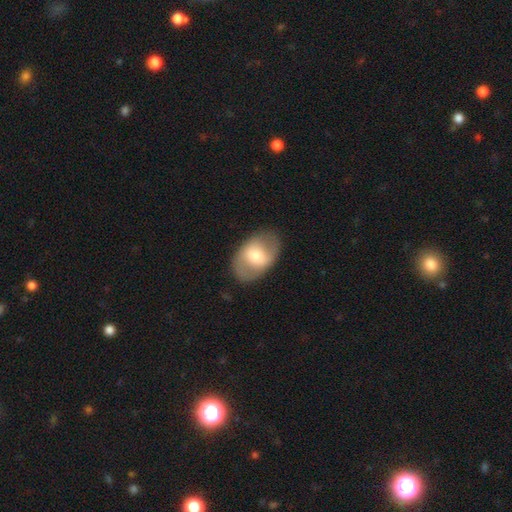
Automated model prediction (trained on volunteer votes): Smooth or featured? smooth (49%)
Merging? none (82%)